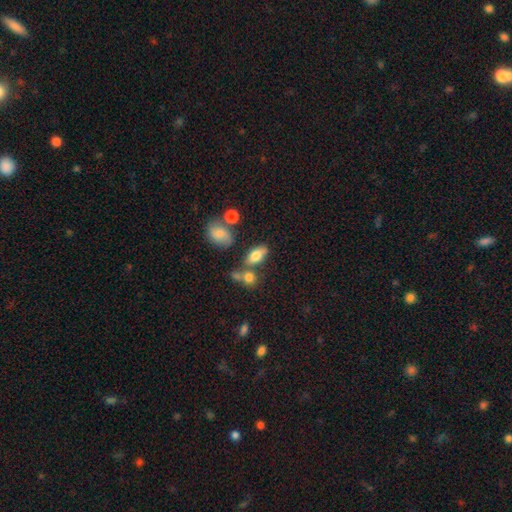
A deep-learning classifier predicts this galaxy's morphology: Smooth or featured?
  - smooth: 76% *
  - featured or disk: 15%
  - star or artifact: 9%
How rounded?
  - in between: 85% *
  - round: 8%
  - cigar-shaped: 8%
Merging?
  - none: 59% *
  - merger: 21%
  - minor disturbance: 15%
  - major disturbance: 6%